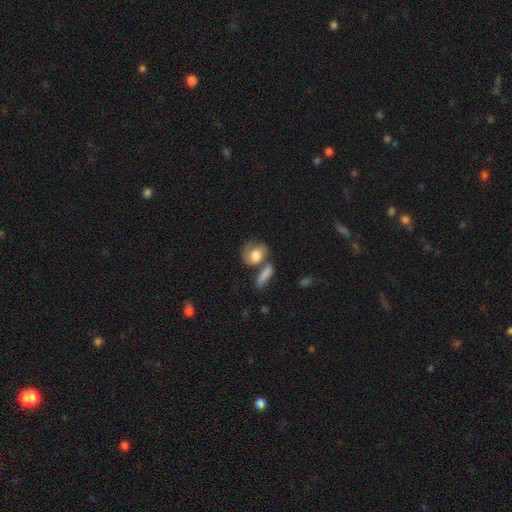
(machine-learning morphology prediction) Smooth or featured?
  - smooth: 59% *
  - featured or disk: 33%
  - star or artifact: 8%
How rounded?
  - round: 48% * (tied)
  - in between: 48% * (tied)
  - cigar-shaped: 4%
Merging?
  - none: 38% *
  - merger: 29%
  - minor disturbance: 19%
  - major disturbance: 14%